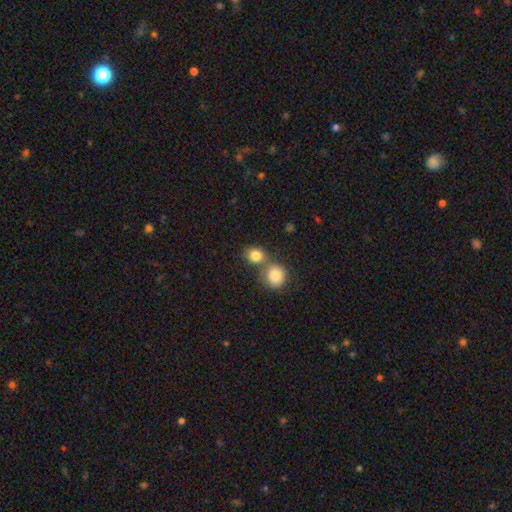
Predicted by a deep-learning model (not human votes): Morphology: type=smooth (83%); roundness=round (72%); merging=none (45%).